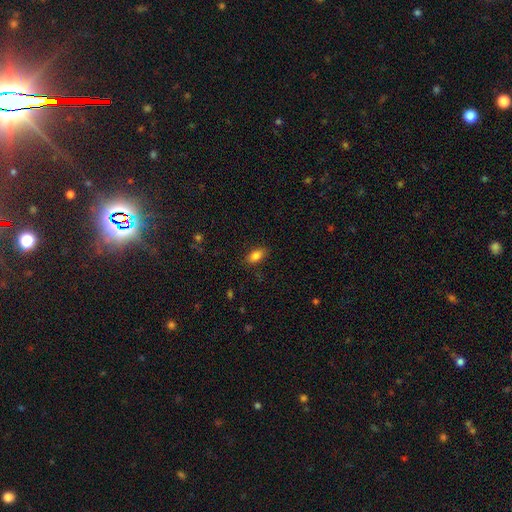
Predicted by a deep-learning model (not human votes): smooth 85%, star or artifact 9%, featured or disk 6%. Down the decision tree: how rounded — in between (88%); merging — none (86%).